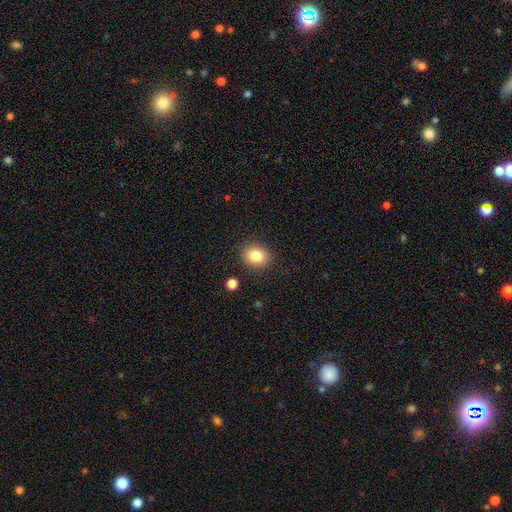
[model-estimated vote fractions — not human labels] Overall: smooth (83%). How rounded: round (67%; in between 32%). Merging: none (88%).